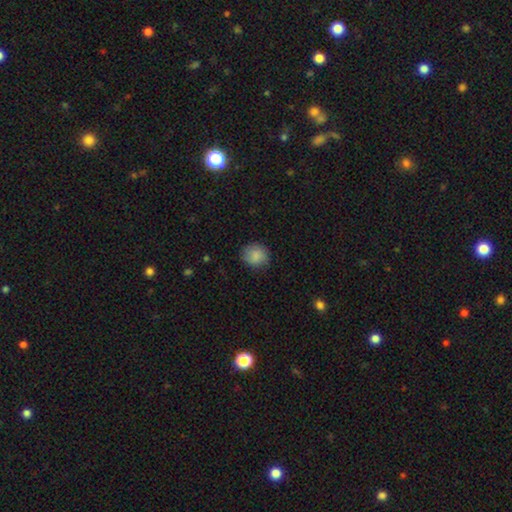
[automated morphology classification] smooth-or-featured: smooth: 87% | star or artifact: 7% | featured or disk: 5%
  how-rounded: round: 82% | in between: 17% | cigar-shaped: 1%
  merging: none: 82% | minor disturbance: 14% | major disturbance: 3% | merger: 1%